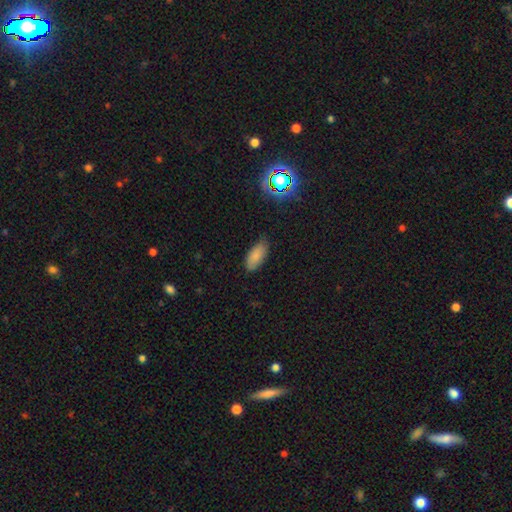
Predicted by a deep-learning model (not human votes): A smooth galaxy with no disk features (83%) that is in between round and cigar-shaped (89%).

Vote fractions:
- Smooth or featured? smooth: 83% / star or artifact: 10% / featured or disk: 7%
- How rounded? in between: 89% / cigar-shaped: 8% / round: 2%
- Merging? none: 77% / minor disturbance: 19% / major disturbance: 3% / merger: 1%